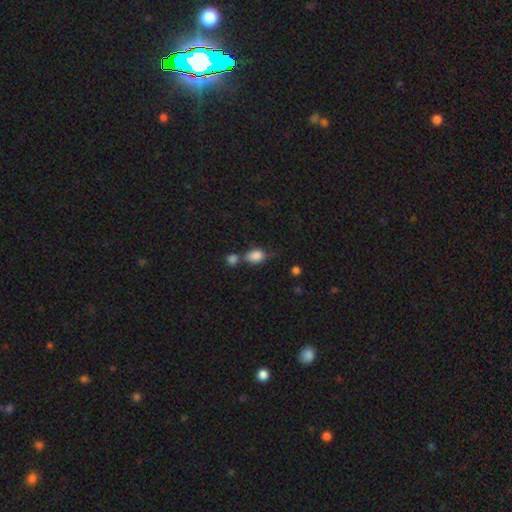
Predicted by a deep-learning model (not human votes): Smooth or featured: smooth — 84% (star or artifact — 9%)
How rounded: in between — 74% (round — 24%)
Merging: none — 40% (merger — 34%)